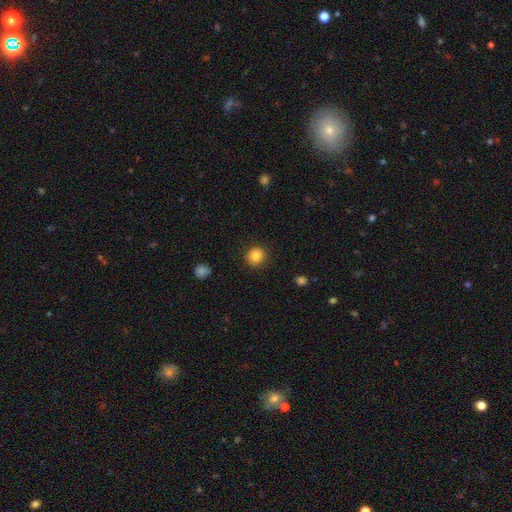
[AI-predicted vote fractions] A smooth galaxy with no disk features (85%) that is round (89%).

Vote fractions:
- Smooth or featured? smooth: 85% / star or artifact: 10% / featured or disk: 6%
- How rounded? round: 89% / in between: 10% / cigar-shaped: 1%
- Merging? none: 89% / minor disturbance: 8% / major disturbance: 2% / merger: 1%